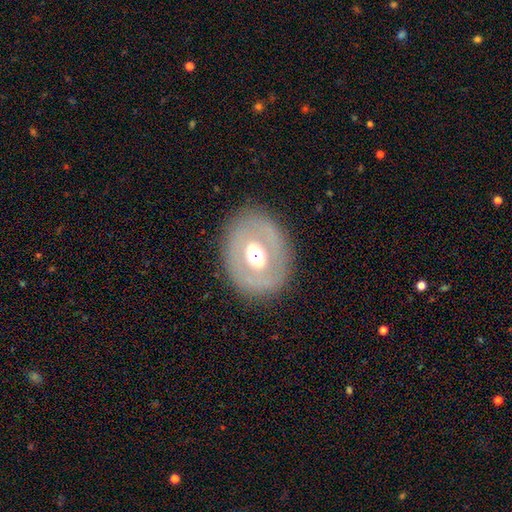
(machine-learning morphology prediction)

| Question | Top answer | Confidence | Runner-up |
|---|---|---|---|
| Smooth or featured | featured or disk | 53% | smooth (39%) |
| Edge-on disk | no | 92% | yes (8%) |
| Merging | none | 82% | minor disturbance (10%) |